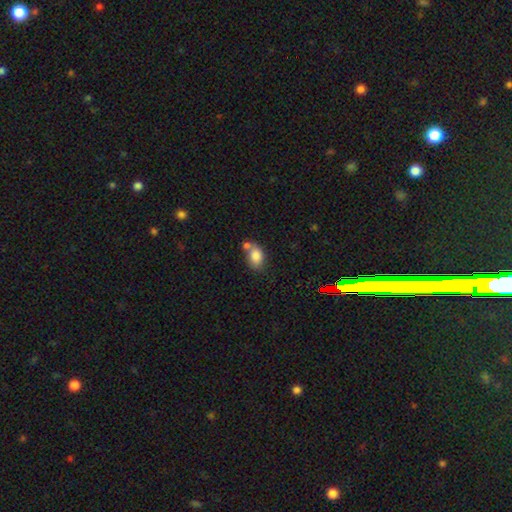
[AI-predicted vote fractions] Overall: smooth (83%). How rounded: in between (78%). Merging: none (43%; merger 36%).